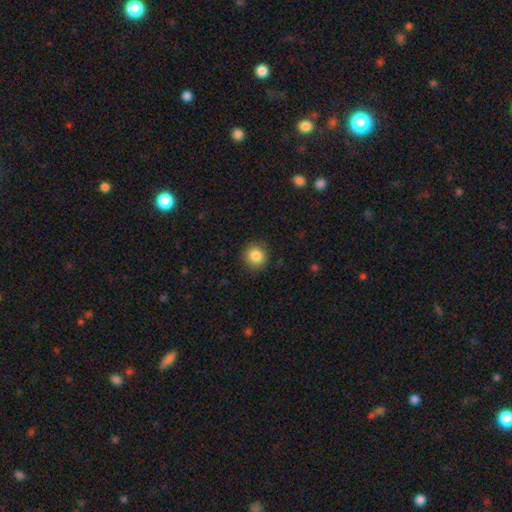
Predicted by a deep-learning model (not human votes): Overall: smooth (86%). How rounded: round (91%). Merging: none (89%).